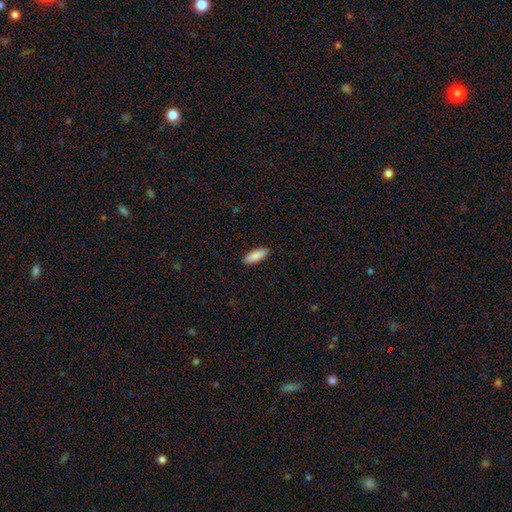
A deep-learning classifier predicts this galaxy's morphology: This is clearly a smooth galaxy (89%). How rounded: likely in between (69%). Merging: clearly none (90%).